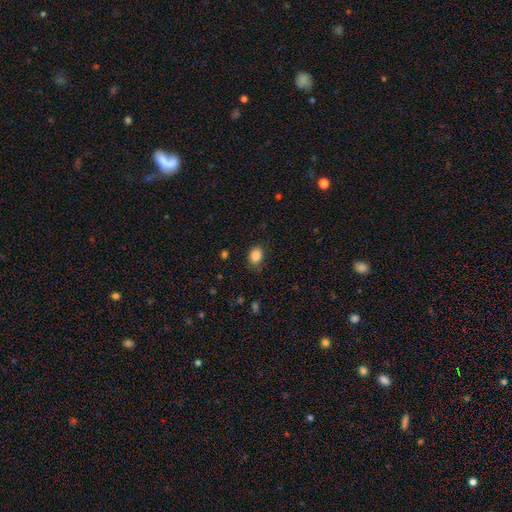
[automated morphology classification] This appears to be a smooth galaxy with no disk features (86%) that is round (62%). Merging: none (77%).